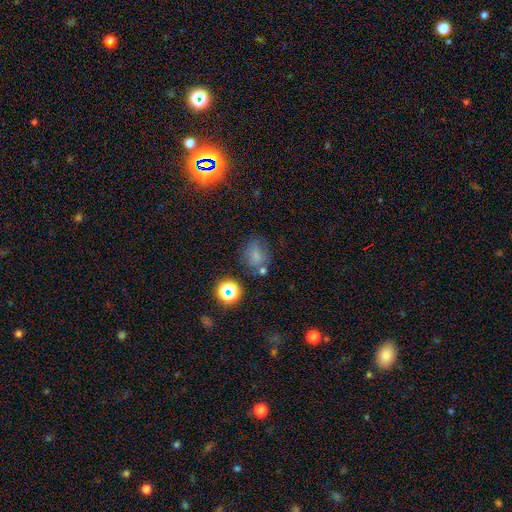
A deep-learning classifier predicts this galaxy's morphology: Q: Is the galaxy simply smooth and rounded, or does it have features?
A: smooth — 69%.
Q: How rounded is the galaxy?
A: round — 59%.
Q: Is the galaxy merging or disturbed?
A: none — 56%.